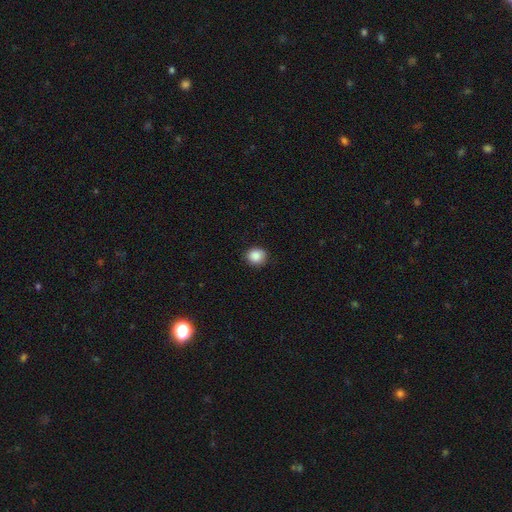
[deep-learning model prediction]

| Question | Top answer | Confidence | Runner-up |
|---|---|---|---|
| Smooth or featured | smooth | 88% | star or artifact (9%) |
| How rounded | round | 79% | in between (20%) |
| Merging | none | 88% | minor disturbance (9%) |